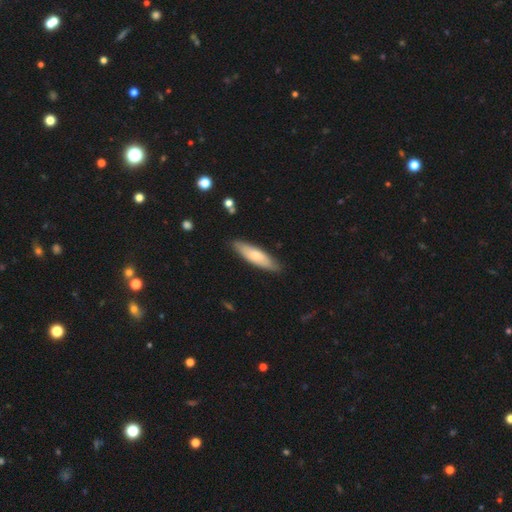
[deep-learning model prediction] This is likely a smooth galaxy (65%). How rounded: likely cigar-shaped (62%). Merging: clearly none (85%).